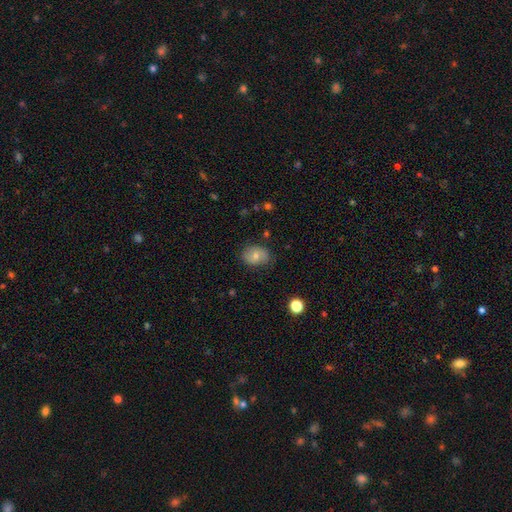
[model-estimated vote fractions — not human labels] A smooth galaxy with no disk features (63%) that is in between round and cigar-shaped (64%).

Vote fractions:
- Smooth or featured? smooth: 63% / featured or disk: 28% / star or artifact: 9%
- How rounded? in between: 64% / round: 35% / cigar-shaped: 1%
- Merging? none: 77% / minor disturbance: 18% / major disturbance: 4% / merger: 1%